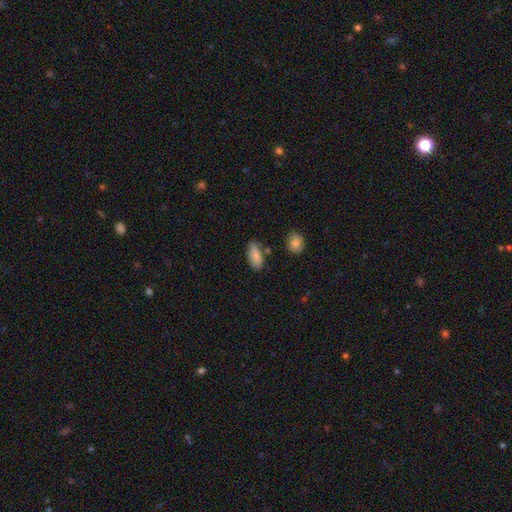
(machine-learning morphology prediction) Smooth or featured: smooth — 86% (featured or disk — 7%)
How rounded: in between — 91% (cigar-shaped — 6%)
Merging: none — 76% (minor disturbance — 15%)